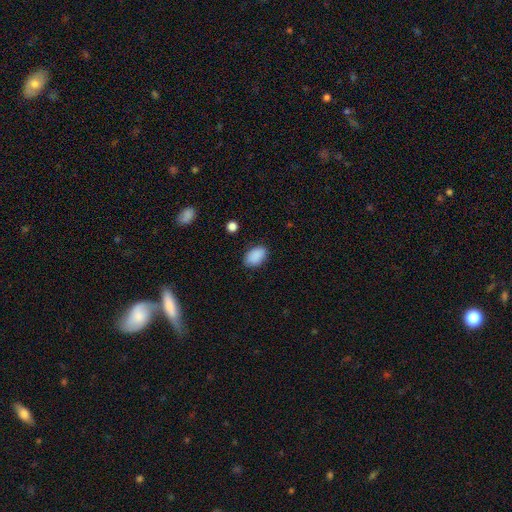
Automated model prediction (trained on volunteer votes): smooth-or-featured: smooth: 89% | star or artifact: 7% | featured or disk: 3%
  how-rounded: in between: 89% | round: 10% | cigar-shaped: 1%
  merging: none: 85% | minor disturbance: 11% | major disturbance: 3% | merger: 1%